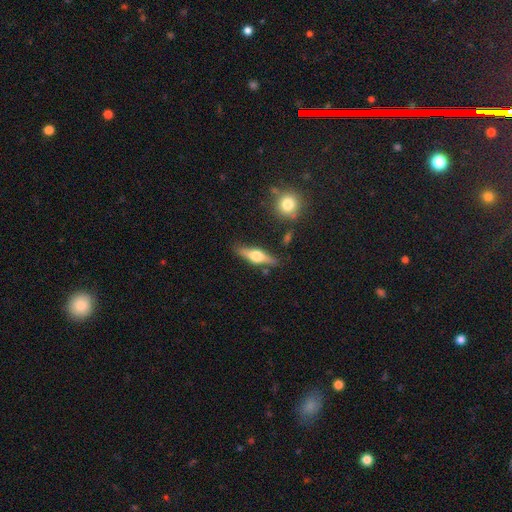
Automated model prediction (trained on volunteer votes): Smooth or featured? Predicted: featured or disk (p=0.61). Edge-on disk? Predicted: yes (p=0.94). Edge-on bulge? Predicted: rounded (p=0.94). Merging? Predicted: none (p=0.83).